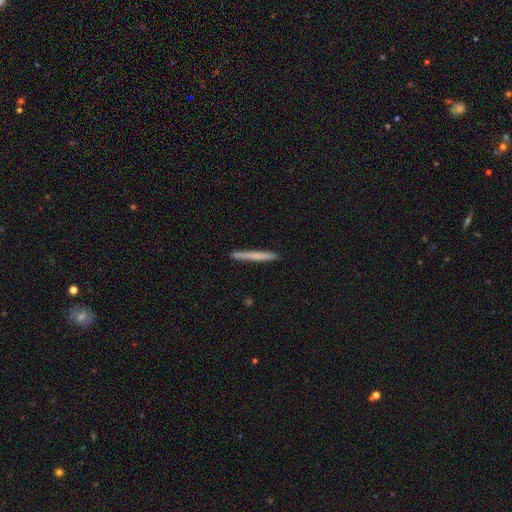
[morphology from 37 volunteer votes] This appears to be a smooth galaxy with no disk features (65%) that is cigar-shaped (88%). Merging: none (89%).